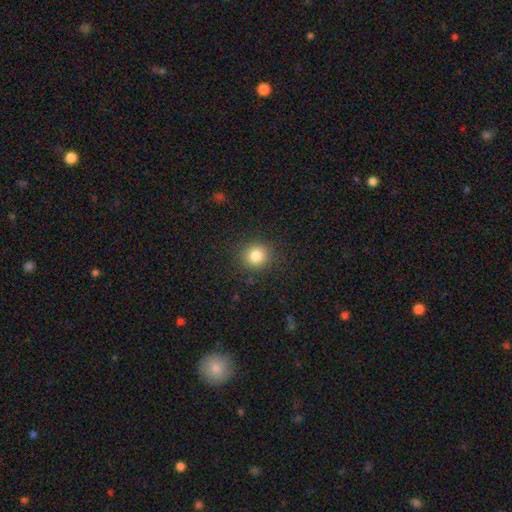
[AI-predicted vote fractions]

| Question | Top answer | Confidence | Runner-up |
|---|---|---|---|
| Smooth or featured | smooth | 83% | star or artifact (11%) |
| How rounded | round | 89% | in between (10%) |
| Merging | none | 89% | minor disturbance (7%) |